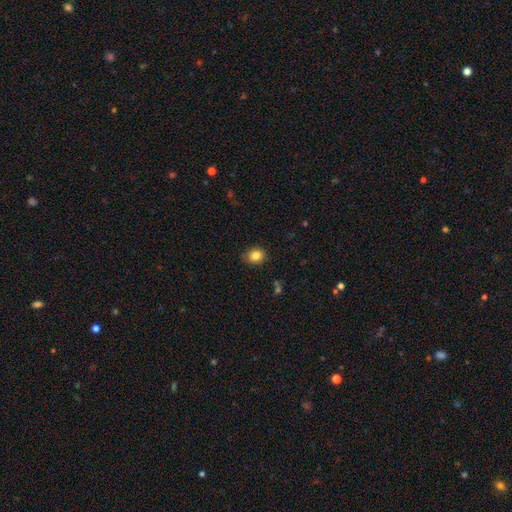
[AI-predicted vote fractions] Morphology: type=smooth (83%); roundness=round (58%); merging=none (84%).